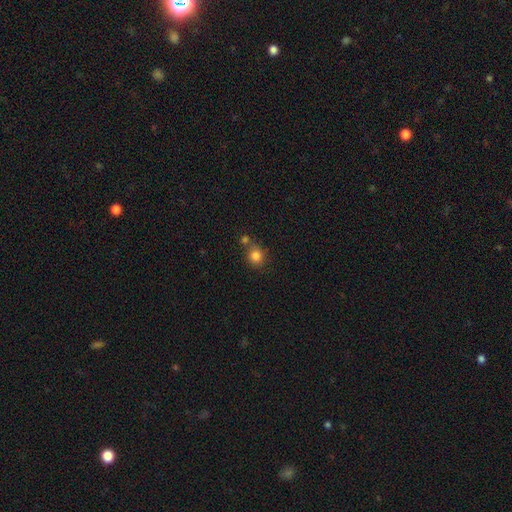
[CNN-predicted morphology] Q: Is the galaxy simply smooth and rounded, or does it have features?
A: smooth — 83%.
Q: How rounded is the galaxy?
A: round — 84%.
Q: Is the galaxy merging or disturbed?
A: none — 58%.